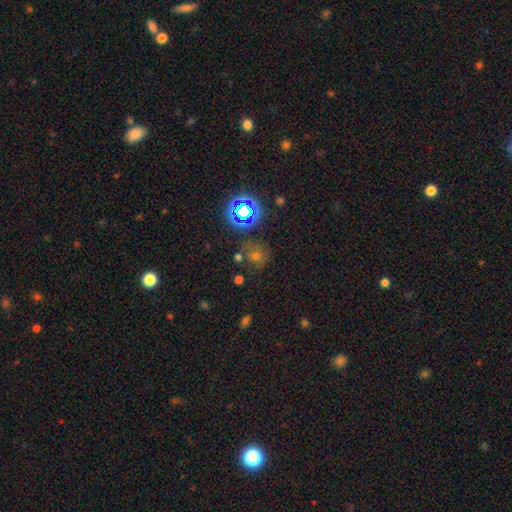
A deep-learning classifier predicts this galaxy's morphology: Smooth or featured?
  - smooth: 46% *
  - star or artifact: 44%
  - featured or disk: 11%
Merging?
  - none: 75% *
  - minor disturbance: 13%
  - merger: 8%
  - major disturbance: 5%